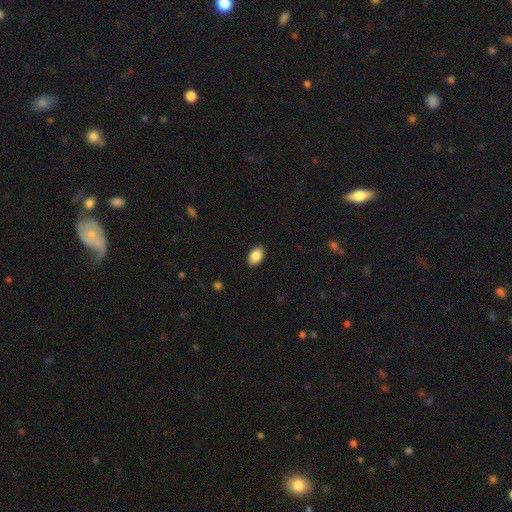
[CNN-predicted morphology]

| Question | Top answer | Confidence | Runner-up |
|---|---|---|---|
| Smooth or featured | smooth | 88% | star or artifact (7%) |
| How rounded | in between | 91% | round (7%) |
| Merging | none | 89% | minor disturbance (8%) |